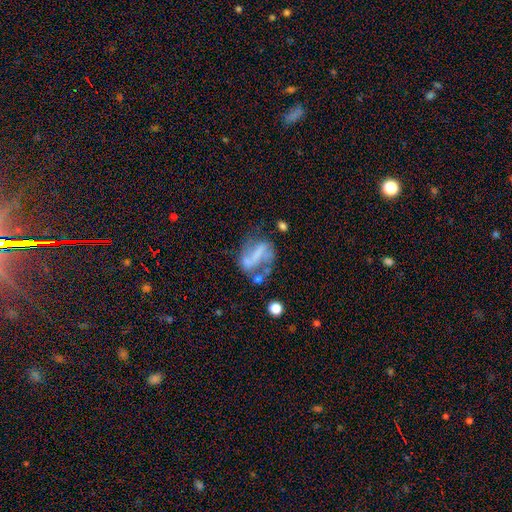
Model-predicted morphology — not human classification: Q: Smooth or featured?
A: featured or disk (63%); runner-up: smooth (25%)
Q: Edge-on disk?
A: no (95%); runner-up: yes (5%)
Q: Bar?
A: strong (46%); runner-up: no (29%)
Q: Spiral arms?
A: yes (54%); runner-up: no (46%)
Q: Bulge size?
A: none (64%); runner-up: small (19%)
Q: Merging?
A: none (35%); runner-up: major disturbance (27%)